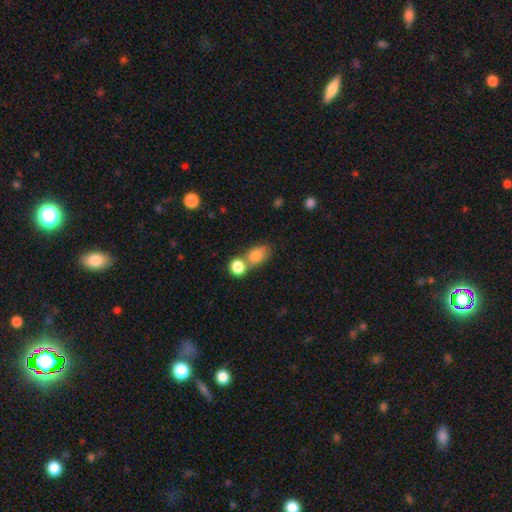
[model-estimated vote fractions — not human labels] Smooth or featured? smooth (81%)
How rounded? in between (74%)
Merging? none (44%)